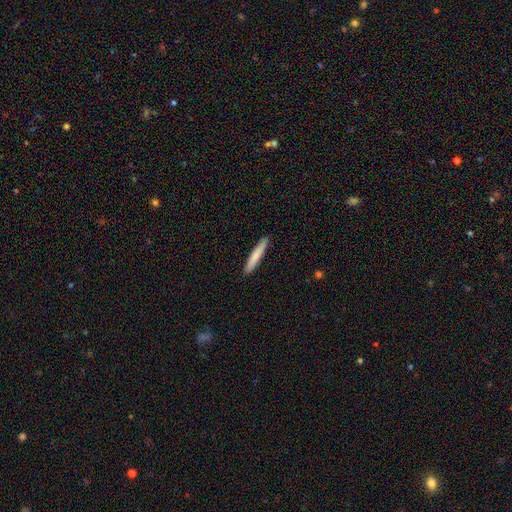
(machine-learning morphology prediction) Q: Smooth or featured?
A: smooth (78%); runner-up: featured or disk (17%)
Q: How rounded?
A: cigar-shaped (94%); runner-up: in between (5%)
Q: Merging?
A: none (92%); runner-up: minor disturbance (6%)